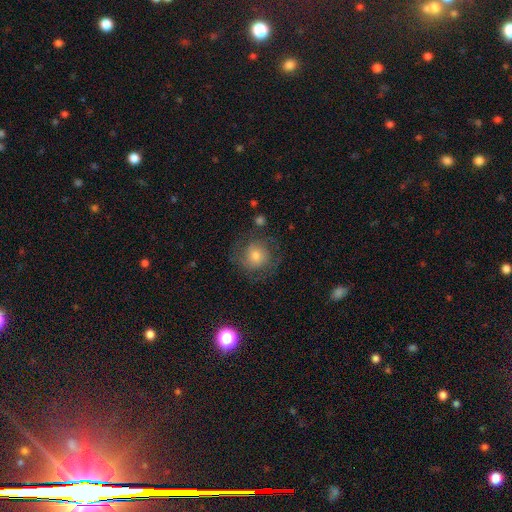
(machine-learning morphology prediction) This is possibly a featured or disk galaxy (48%). Merging: likely none (74%).